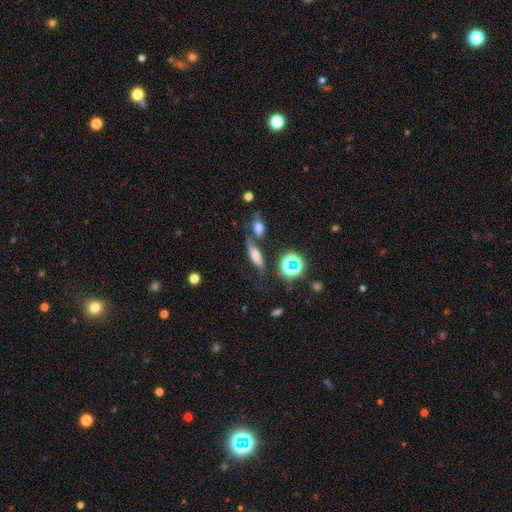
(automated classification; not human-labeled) Q: Smooth or featured?
A: smooth (58%); runner-up: featured or disk (23%)
Q: How rounded?
A: in between (49%); runner-up: cigar-shaped (42%)
Q: Merging?
A: none (52%); runner-up: merger (22%)